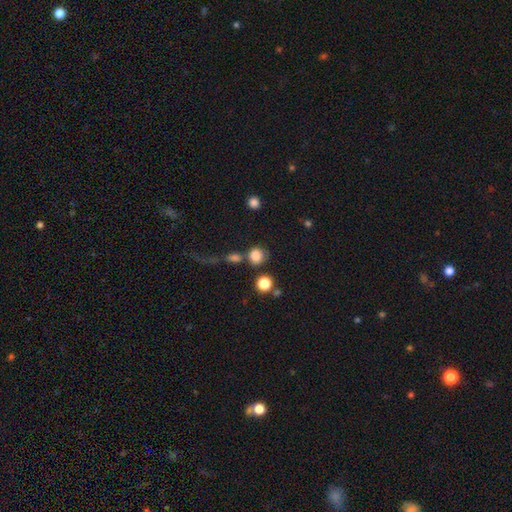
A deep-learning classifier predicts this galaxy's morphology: type=smooth (81%); roundness=round (73%); merging=none (52%).